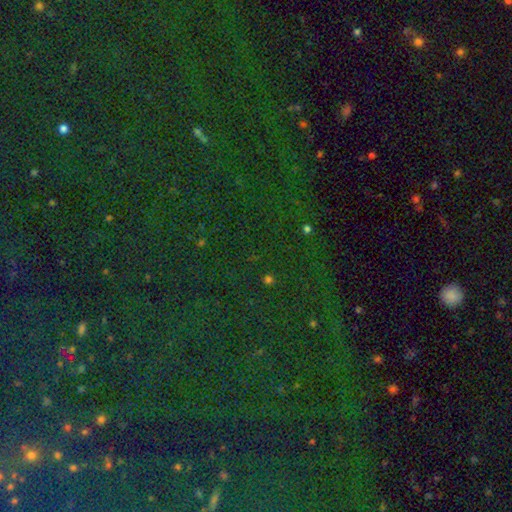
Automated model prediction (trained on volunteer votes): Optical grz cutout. It shows a star or artifact, not a galaxy (80%).